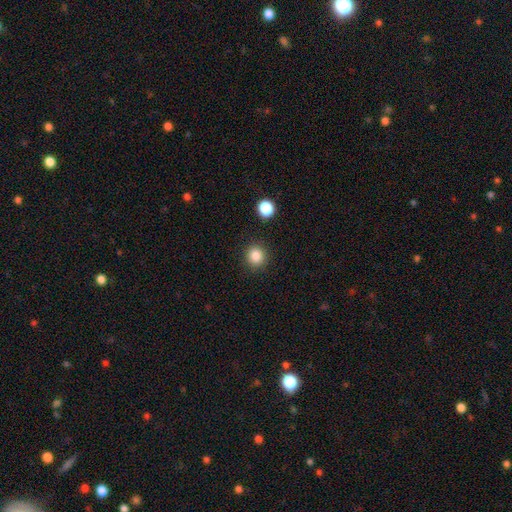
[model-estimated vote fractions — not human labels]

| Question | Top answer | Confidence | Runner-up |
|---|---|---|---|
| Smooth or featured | smooth | 85% | star or artifact (11%) |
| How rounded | round | 89% | in between (11%) |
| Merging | none | 89% | minor disturbance (6%) |